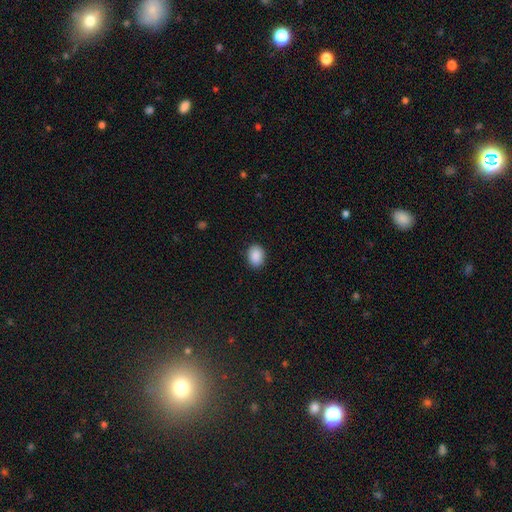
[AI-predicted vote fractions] Smooth or featured: smooth — 90% (star or artifact — 7%)
How rounded: in between — 67% (round — 32%)
Merging: none — 89% (minor disturbance — 8%)